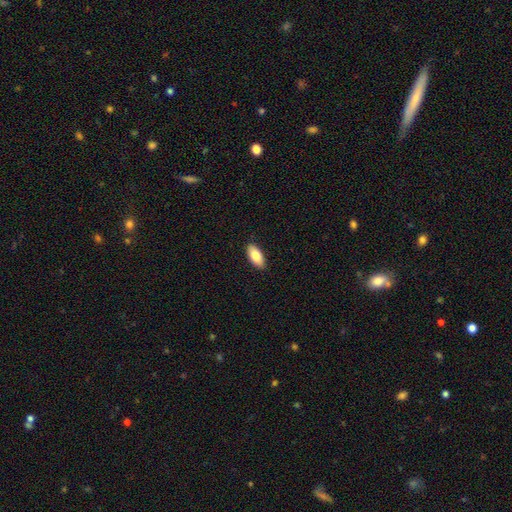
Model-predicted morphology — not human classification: smooth_or_featured: smooth (p=0.82) [alt: featured or disk p=0.11]
how_rounded: in between (p=0.90) [alt: cigar-shaped p=0.07]
merging: none (p=0.89) [alt: minor disturbance p=0.08]